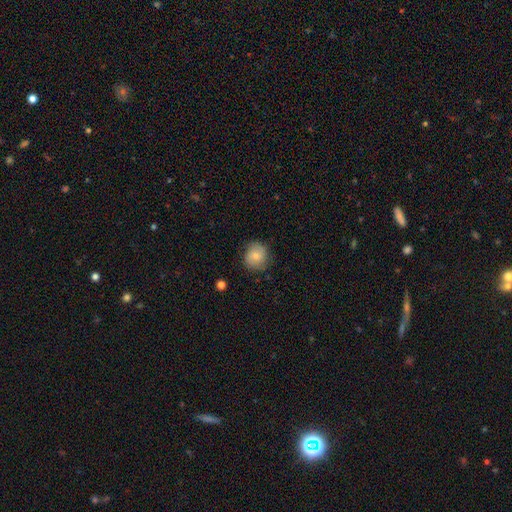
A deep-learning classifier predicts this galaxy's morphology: Smooth or featured: smooth — 73% (featured or disk — 19%)
How rounded: round — 84% (in between — 15%)
Merging: none — 78% (minor disturbance — 17%)